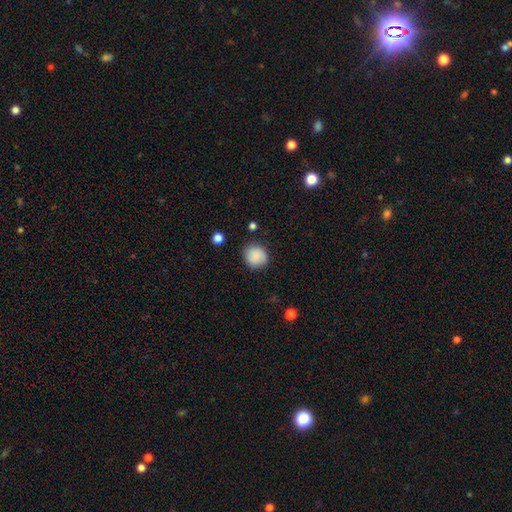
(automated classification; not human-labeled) Smooth or featured: smooth — 87% (star or artifact — 8%)
How rounded: round — 83% (in between — 16%)
Merging: none — 82% (minor disturbance — 13%)